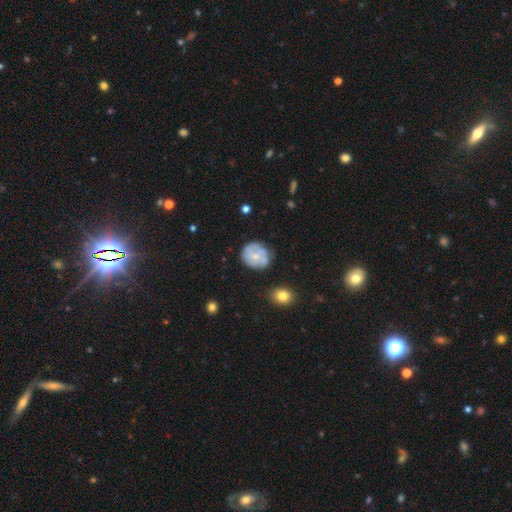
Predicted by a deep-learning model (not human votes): This appears to be a smooth galaxy with no disk features (49%). Merging: none (62%).